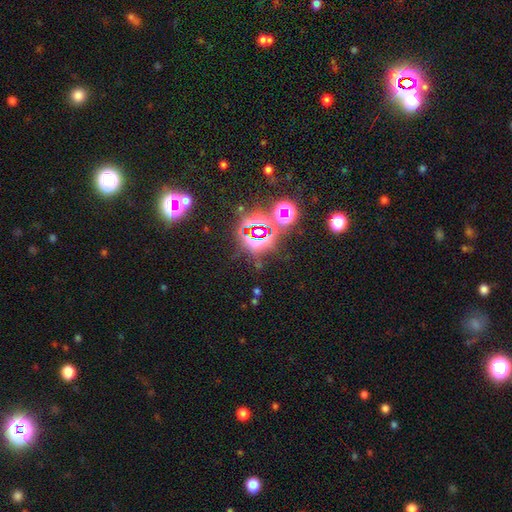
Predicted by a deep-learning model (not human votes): smooth-or-featured: star or artifact: 80% | smooth: 12% | featured or disk: 8%